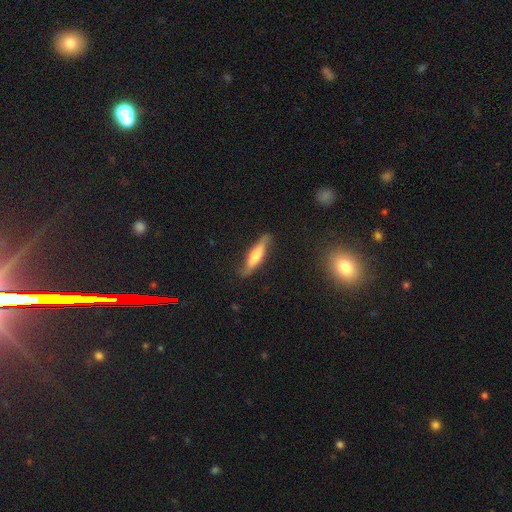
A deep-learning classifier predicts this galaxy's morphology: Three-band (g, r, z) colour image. It shows a smooth galaxy with no disk features (52%) that is cigar-shaped (75%). Merging: none (71%).